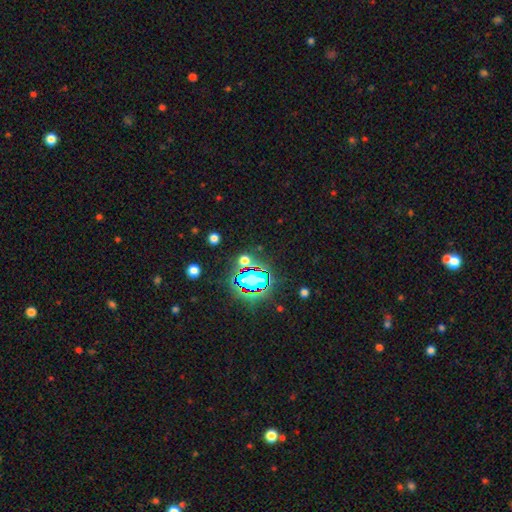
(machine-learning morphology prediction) Smooth or featured? Predicted: star or artifact (p=0.80).